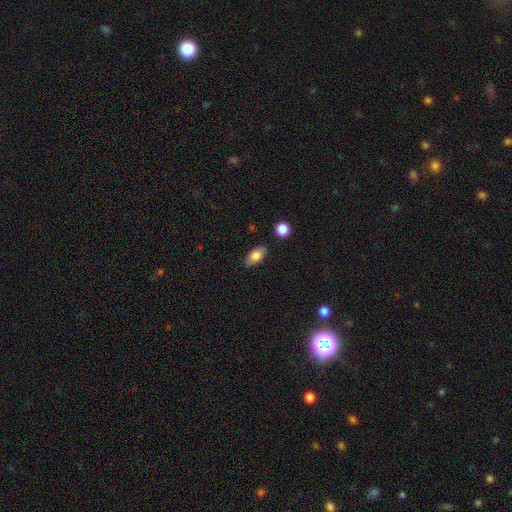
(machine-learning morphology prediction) smooth-or-featured: smooth: 80% | featured or disk: 13% | star or artifact: 7%
  how-rounded: in between: 89% | cigar-shaped: 7% | round: 4%
  merging: none: 85% | minor disturbance: 11% | merger: 2% | major disturbance: 2%